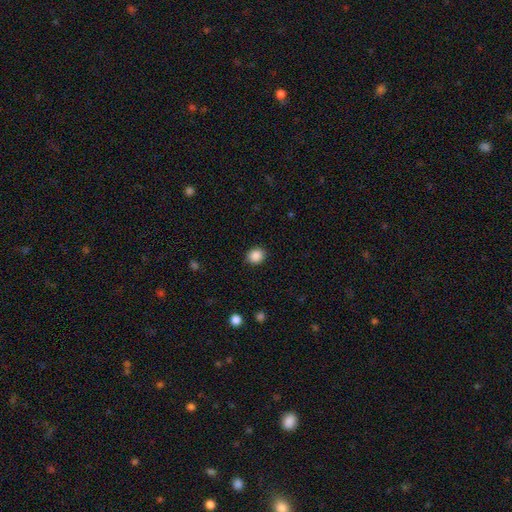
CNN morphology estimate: The model was most divided on "how rounded": round: 70%, in between: 29%, cigar-shaped: 1%. More confident: merging — none (89%); smooth or featured — smooth (88%).